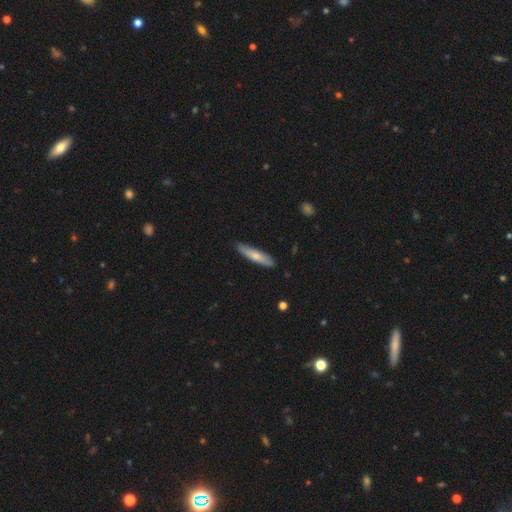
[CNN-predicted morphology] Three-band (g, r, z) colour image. It shows a smooth galaxy with no disk features (70%) that is cigar-shaped (81%). Merging: none (85%).